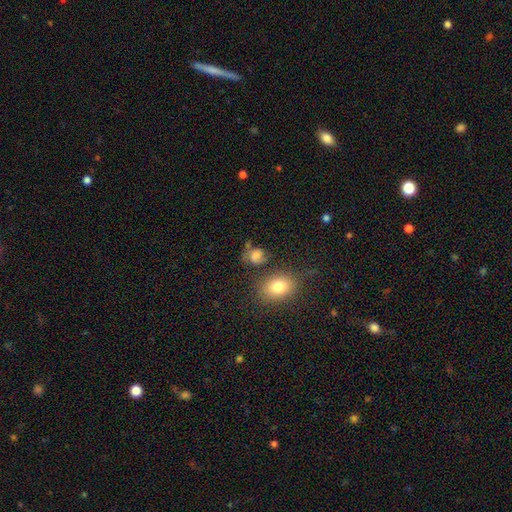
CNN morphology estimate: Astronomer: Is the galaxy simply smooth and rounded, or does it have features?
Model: smooth — 69%.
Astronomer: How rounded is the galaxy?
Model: round — 56% (runner-up: in between, 42%).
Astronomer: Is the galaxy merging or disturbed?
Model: none — 58%.